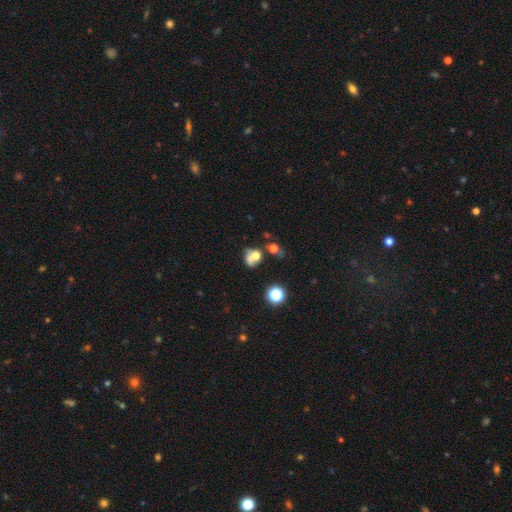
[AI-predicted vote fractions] A smooth galaxy with no disk features (61%) that is round (58%). Merging: merger (45%).